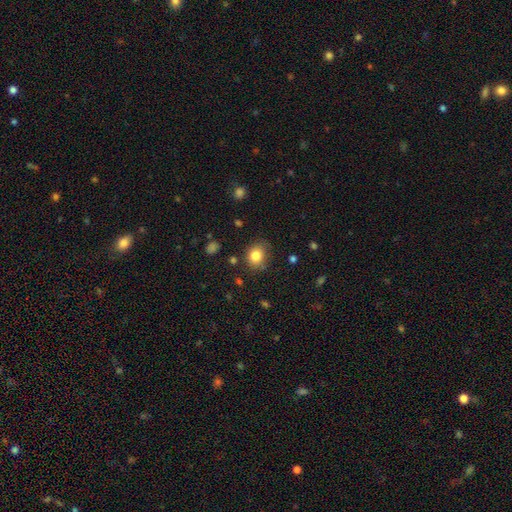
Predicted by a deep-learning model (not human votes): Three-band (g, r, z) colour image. It shows a smooth galaxy with no disk features (82%) that is round (63%). Merging: none (78%).